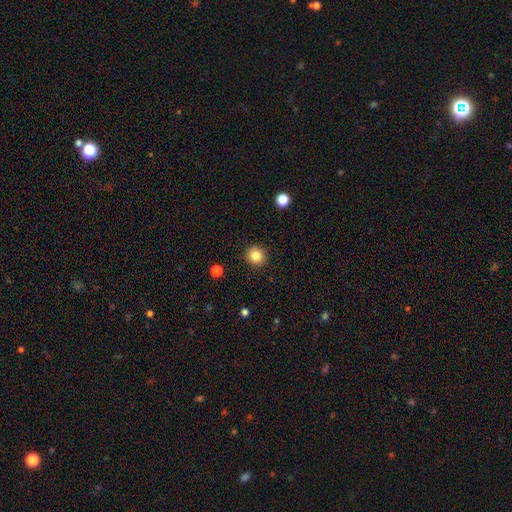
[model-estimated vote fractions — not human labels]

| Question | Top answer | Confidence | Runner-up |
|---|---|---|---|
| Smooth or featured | smooth | 84% | star or artifact (11%) |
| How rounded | round | 90% | in between (9%) |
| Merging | none | 92% | minor disturbance (5%) |